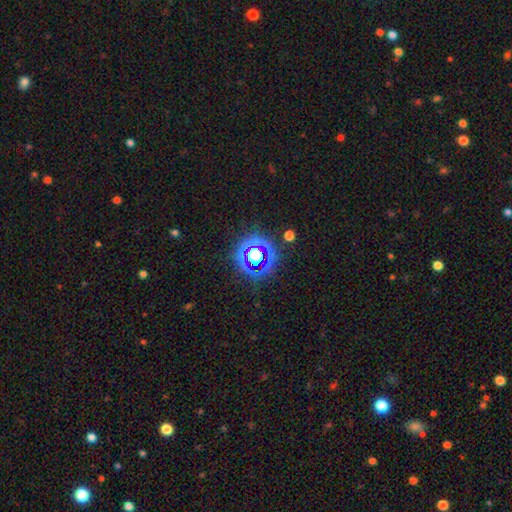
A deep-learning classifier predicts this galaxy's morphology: The model was most divided on "smooth or featured": star or artifact: 68%, smooth: 21%, featured or disk: 11%.